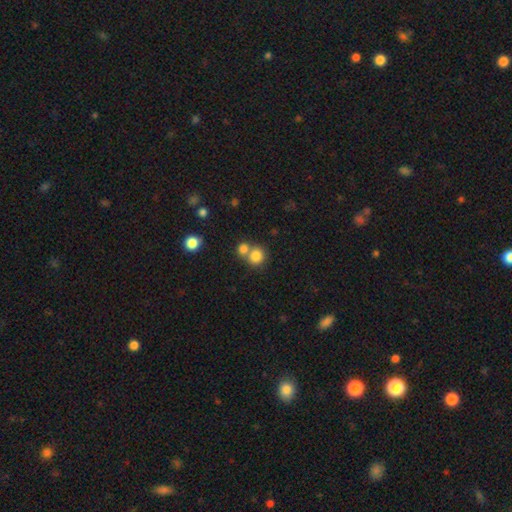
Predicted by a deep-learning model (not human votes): Morphology: type=smooth (81%); roundness=round (85%); merging=none (49%).